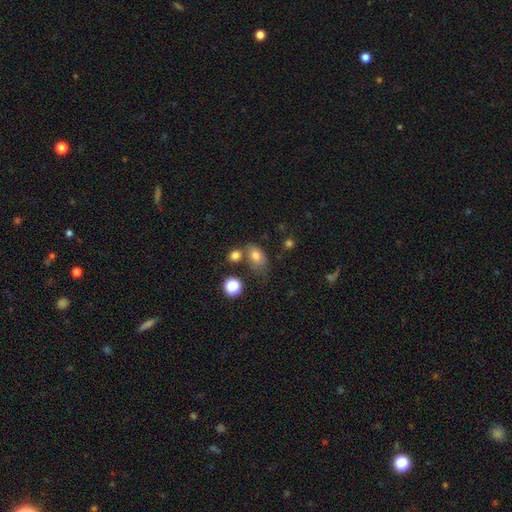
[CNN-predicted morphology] smooth-or-featured: smooth: 79% | star or artifact: 12% | featured or disk: 10%
  how-rounded: in between: 78% | round: 20% | cigar-shaped: 2%
  merging: none: 51% | minor disturbance: 21% | merger: 20% | major disturbance: 8%